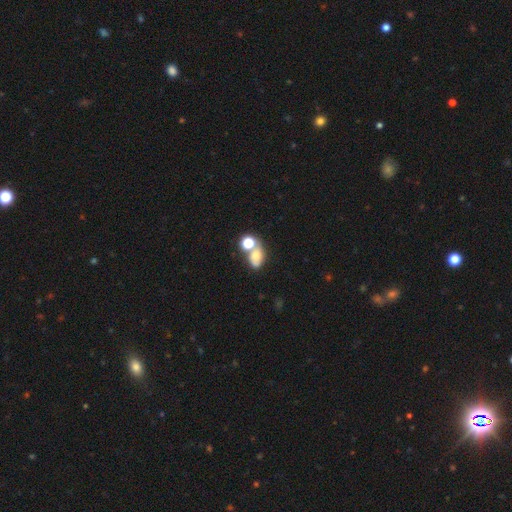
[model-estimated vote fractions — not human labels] Smooth or featured? Predicted: smooth (p=0.61). How rounded? Predicted: in between (p=0.65). Merging? Predicted: merger (p=0.46).